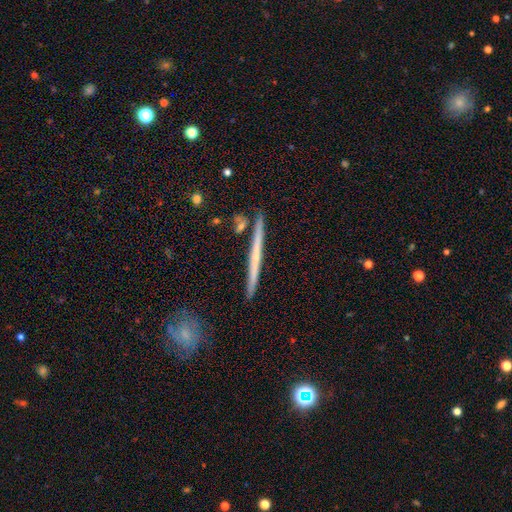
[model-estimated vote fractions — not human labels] smooth_or_featured: featured or disk (p=0.54) [alt: smooth p=0.40]
disk_edge_on: yes (p=0.97) [alt: no p=0.03]
edge_on_bulge: none (p=0.86) [alt: rounded p=0.10]
merging: none (p=0.90) [alt: minor disturbance p=0.07]